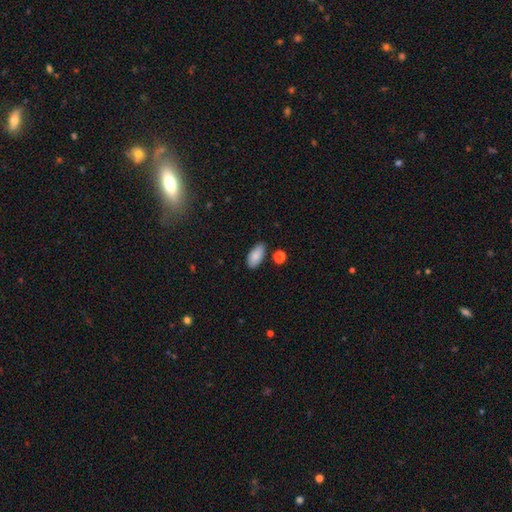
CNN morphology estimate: Smooth or featured? smooth (86%)
How rounded? in between (93%)
Merging? none (82%)